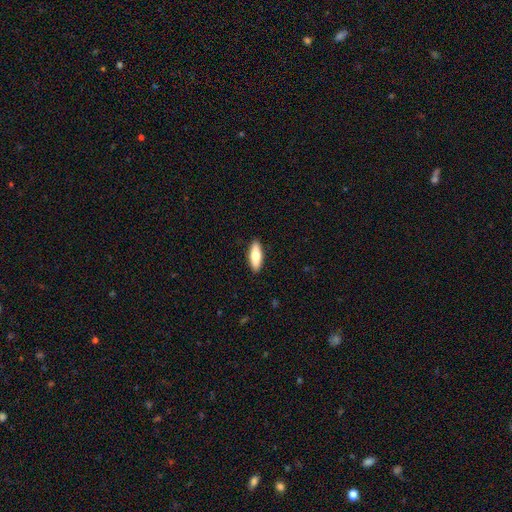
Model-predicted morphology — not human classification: Smooth or featured? smooth (74%)
How rounded? in between (59%)
Merging? none (90%)